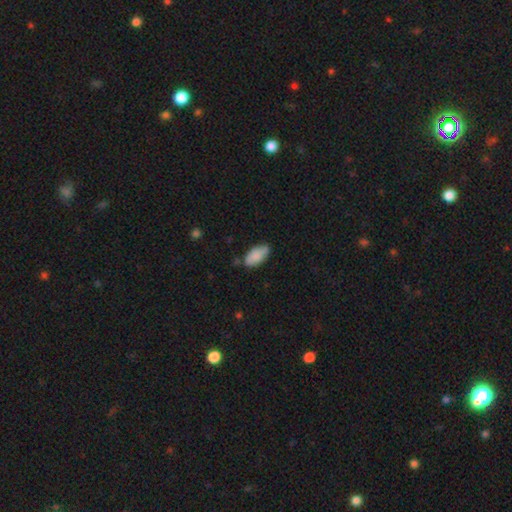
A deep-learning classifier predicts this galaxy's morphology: This is clearly a smooth galaxy (82%). How rounded: clearly in between (93%). Merging: likely none (69%).